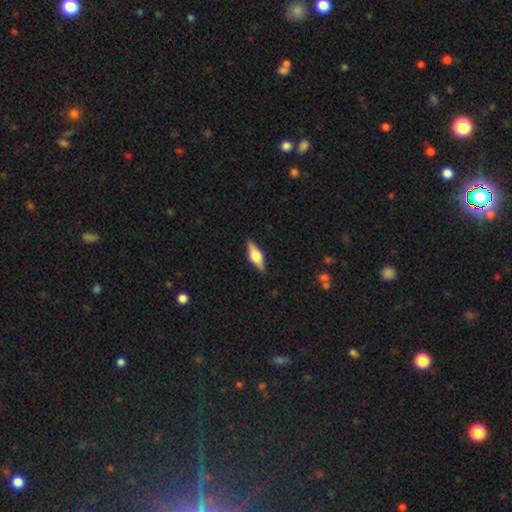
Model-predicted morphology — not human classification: Smooth or featured? Predicted: featured or disk (p=0.60). Edge-on disk? Predicted: yes (p=0.95). Edge-on bulge? Predicted: rounded (p=0.93). Merging? Predicted: none (p=0.89).